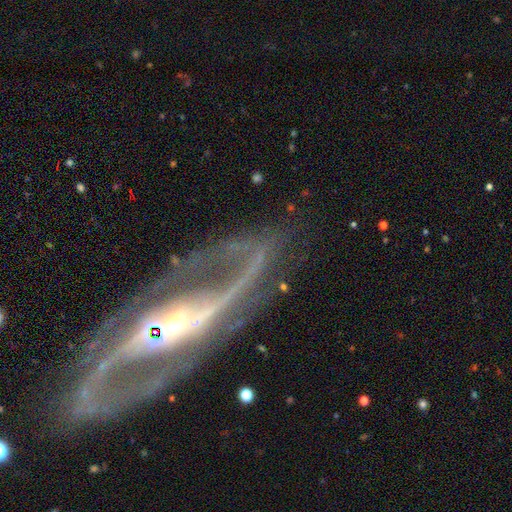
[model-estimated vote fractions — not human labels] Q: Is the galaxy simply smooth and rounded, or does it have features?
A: featured or disk — 91%.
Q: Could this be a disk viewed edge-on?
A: no — 92%.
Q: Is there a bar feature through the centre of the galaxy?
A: strong — 48%.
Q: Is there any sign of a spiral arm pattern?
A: yes — 95%.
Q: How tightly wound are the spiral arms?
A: medium — 48%.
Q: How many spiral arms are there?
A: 2 — 91%.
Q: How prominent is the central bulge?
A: small — 47%.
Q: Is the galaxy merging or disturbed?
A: none — 76%.